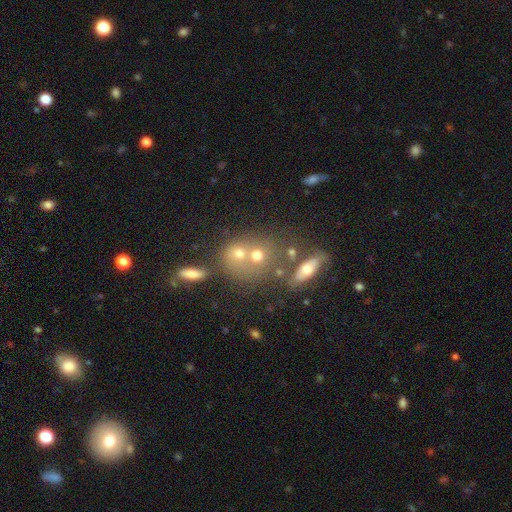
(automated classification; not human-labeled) The model was most divided on "merging": merger: 51%, none: 33%, minor disturbance: 10%, major disturbance: 6%. More confident: how rounded — round (65%); smooth or featured — smooth (55%).